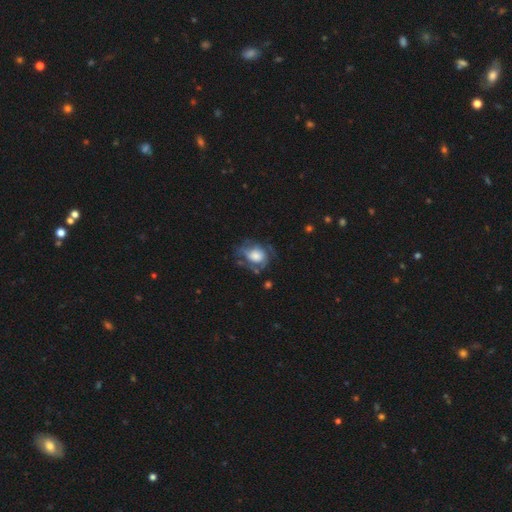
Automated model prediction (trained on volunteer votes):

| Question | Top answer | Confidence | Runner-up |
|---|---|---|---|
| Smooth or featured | featured or disk | 56% | smooth (35%) |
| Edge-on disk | no | 96% | yes (4%) |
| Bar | no | 79% | weak (17%) |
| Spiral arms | yes | 72% | no (28%) |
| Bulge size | large | 48% | moderate (26%) |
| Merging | none | 50% | minor disturbance (25%) |